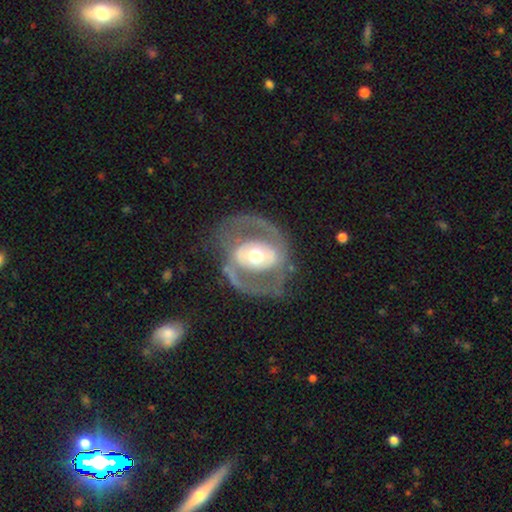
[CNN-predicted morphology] featured or disk 76%, smooth 19%, star or artifact 5%. Down the decision tree: edge-on disk — no (95%); bar — no (49%); spiral arms — yes (52%); bulge size — moderate (66%); merging — none (65%).